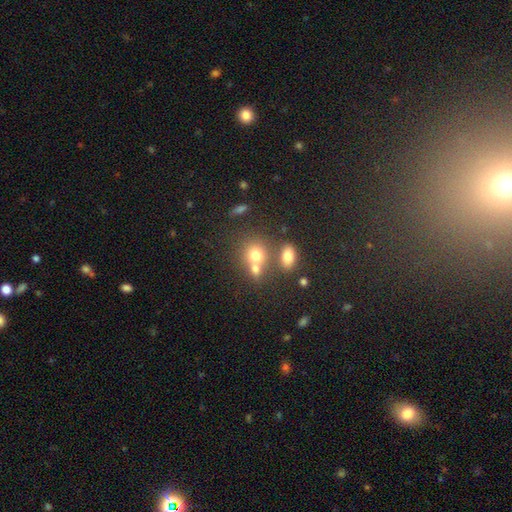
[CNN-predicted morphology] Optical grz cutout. It shows a smooth galaxy with no disk features (72%) that is round (71%). Merging: merger (47%).